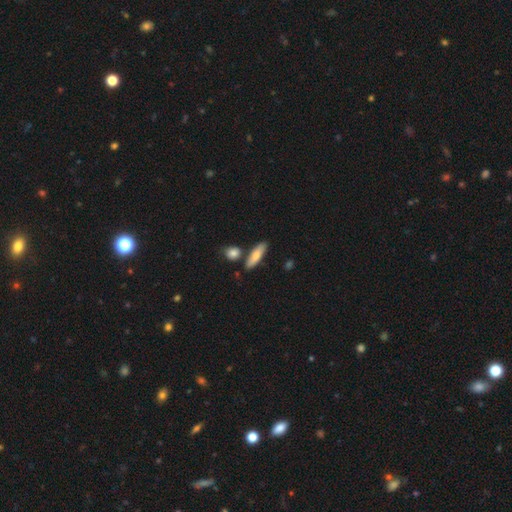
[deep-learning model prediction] This appears to be a smooth galaxy with no disk features (72%) that is cigar-shaped (56%). Merging: none (75%).